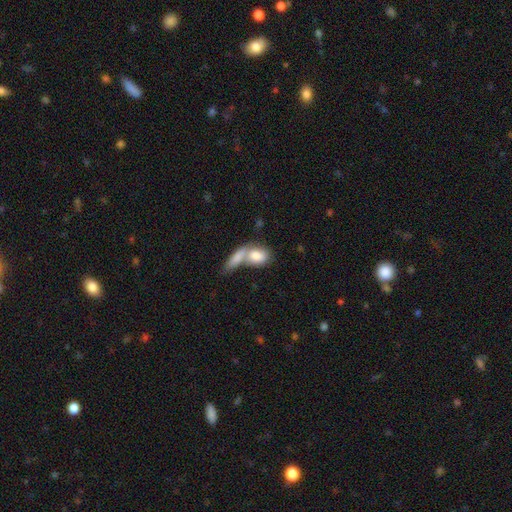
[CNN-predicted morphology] type=smooth (80%); roundness=in between (77%); merging=merger (63%).